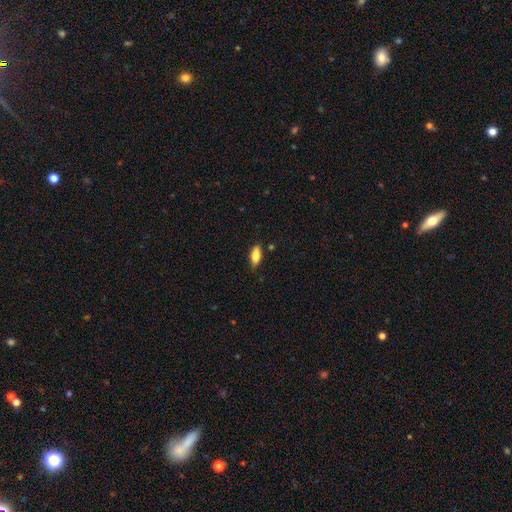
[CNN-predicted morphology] Smooth or featured? smooth (78%)
How rounded? in between (80%)
Merging? none (81%)